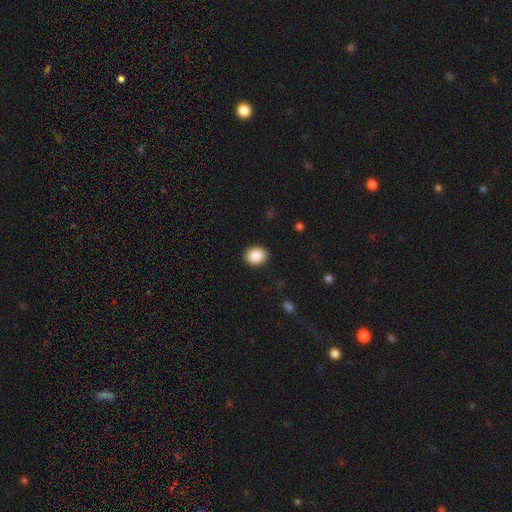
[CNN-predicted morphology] Smooth or featured?
  - smooth: 89% *
  - star or artifact: 8%
  - featured or disk: 3%
How rounded?
  - round: 54% *
  - in between: 45%
  - cigar-shaped: 1%
Merging?
  - none: 91% *
  - minor disturbance: 6%
  - major disturbance: 2%
  - merger: 1%